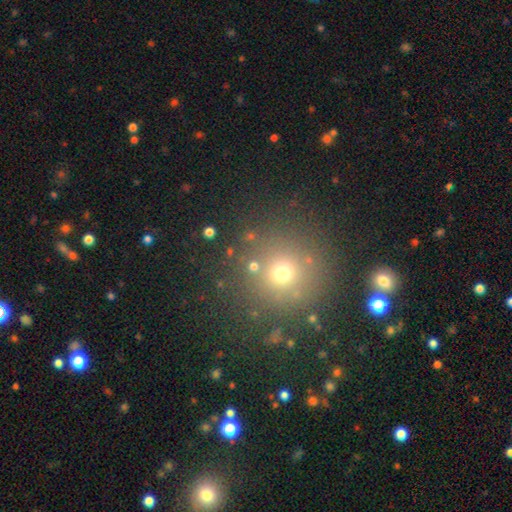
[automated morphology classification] Overall: smooth (59%; star or artifact 33%). How rounded: round (94%). Merging: none (84%).